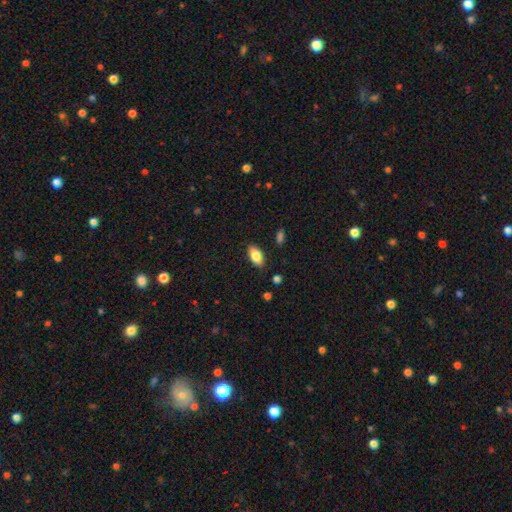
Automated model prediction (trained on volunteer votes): smooth-or-featured: smooth: 83% | featured or disk: 10% | star or artifact: 7%
  how-rounded: in between: 91% | cigar-shaped: 5% | round: 3%
  merging: none: 86% | minor disturbance: 10% | major disturbance: 2% | merger: 2%